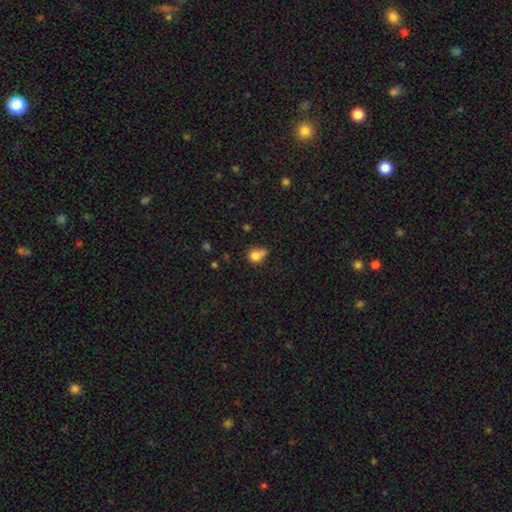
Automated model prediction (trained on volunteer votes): Smooth or featured?
  - smooth: 77% *
  - featured or disk: 11%
  - star or artifact: 11%
How rounded?
  - round: 57% *
  - in between: 42%
  - cigar-shaped: 2%
Merging?
  - none: 35% *
  - minor disturbance: 28%
  - merger: 24%
  - major disturbance: 13%